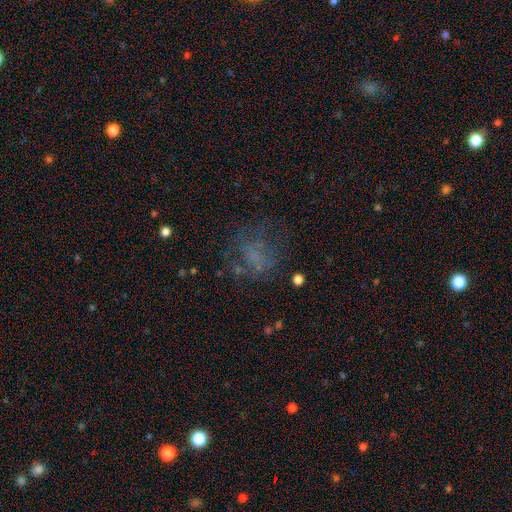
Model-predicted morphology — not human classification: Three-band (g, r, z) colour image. It shows a smooth galaxy with no disk features (40%). Merging: none (53%).